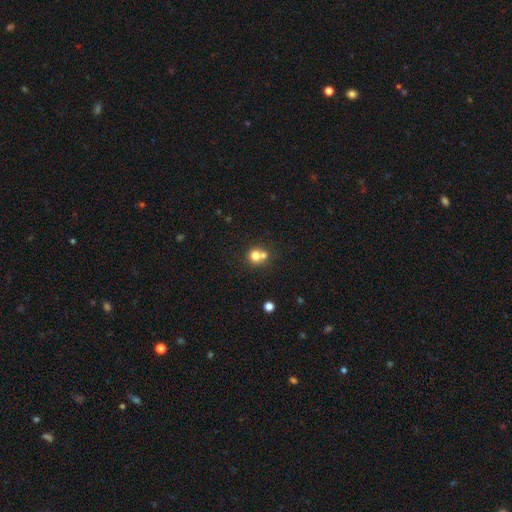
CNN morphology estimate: Smooth or featured? Predicted: smooth (p=0.74). How rounded? Predicted: round (p=0.86). Merging? Predicted: merger (p=0.49).